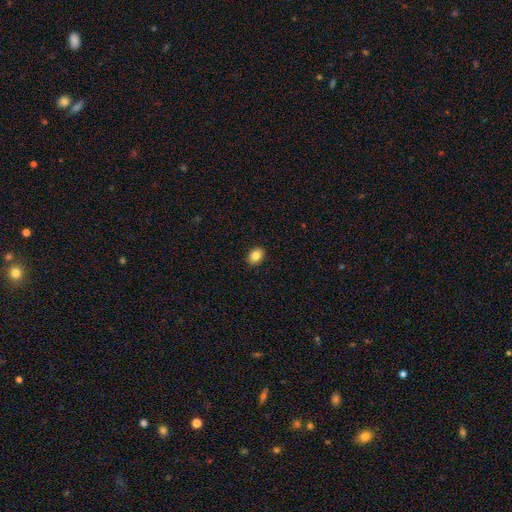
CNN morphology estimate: This appears to be a smooth galaxy with no disk features (85%) that is in between round and cigar-shaped (67%). Merging: none (90%).